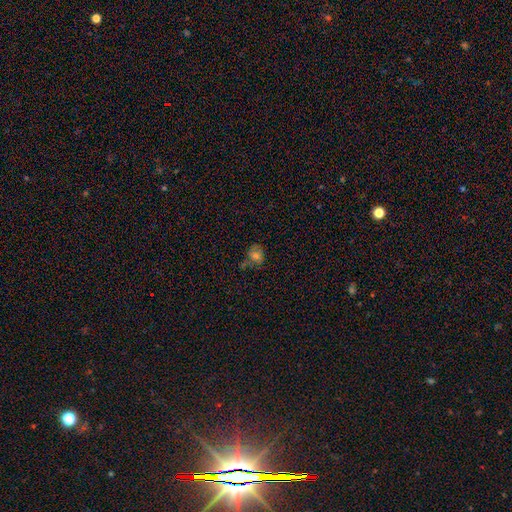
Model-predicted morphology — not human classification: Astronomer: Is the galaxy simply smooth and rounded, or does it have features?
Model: smooth — 72%.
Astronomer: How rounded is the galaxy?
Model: round — 60% (runner-up: in between, 39%).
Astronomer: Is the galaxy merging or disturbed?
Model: none — 58%.